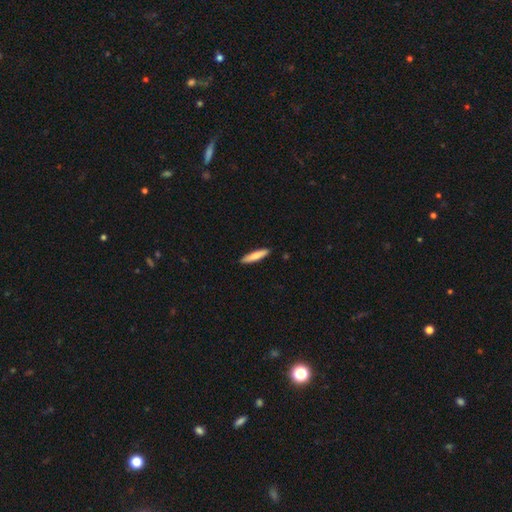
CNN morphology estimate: This appears to be a smooth galaxy with no disk features (78%) that is cigar-shaped (87%). Merging: none (91%).